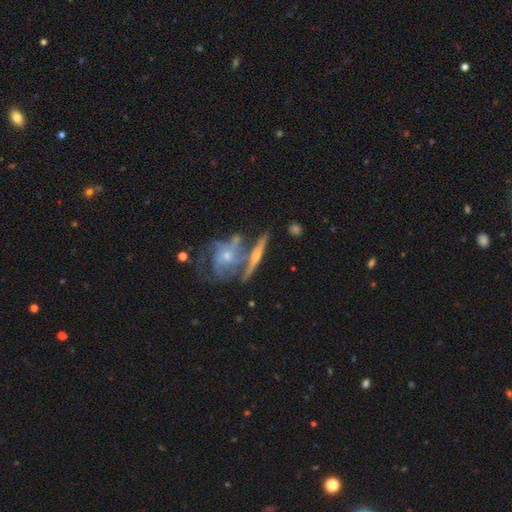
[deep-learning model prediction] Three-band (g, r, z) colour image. It shows a featured or disk galaxy (66%) viewed edge-on (65%). Merging: none (47%).